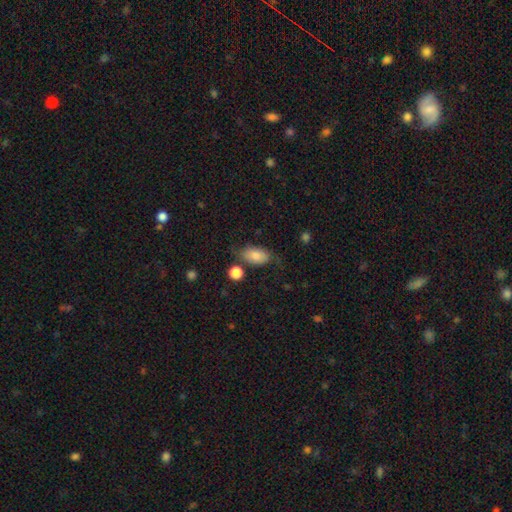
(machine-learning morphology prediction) Overall: smooth (80%). How rounded: in between (90%). Merging: none (63%).